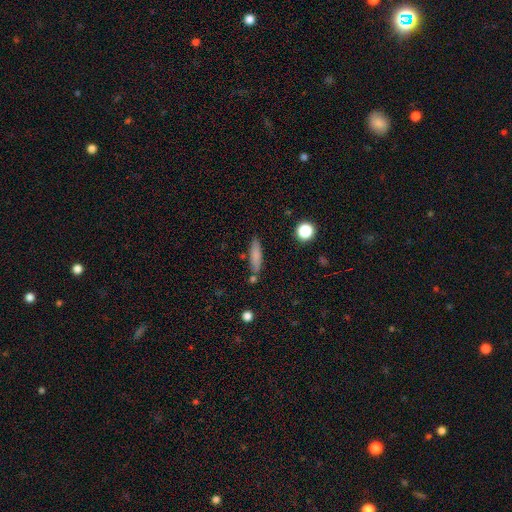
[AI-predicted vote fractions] Morphology: type=smooth (78%); roundness=cigar-shaped (74%); merging=none (78%).